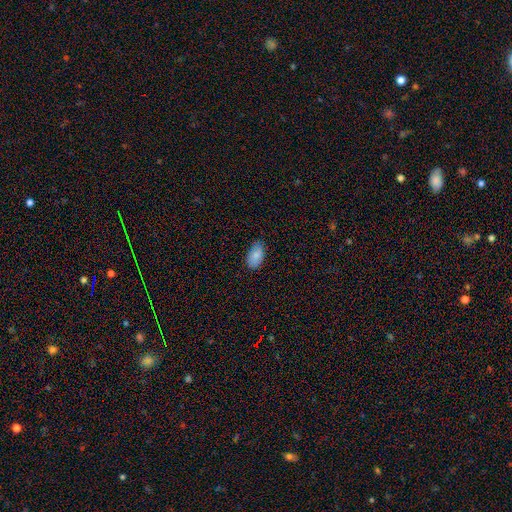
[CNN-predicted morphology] Smooth or featured? smooth (85%)
How rounded? in between (93%)
Merging? none (76%)